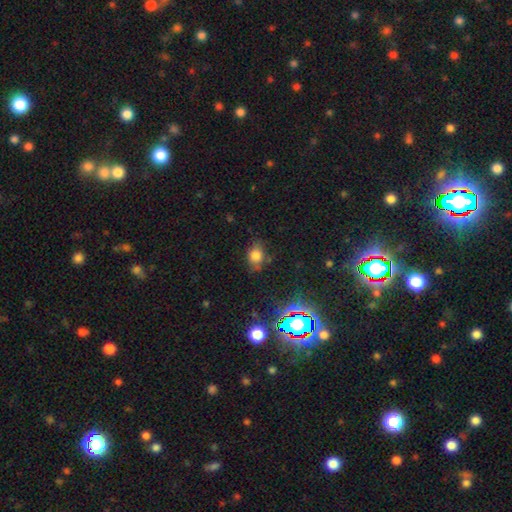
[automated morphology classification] smooth_or_featured: smooth (p=0.73) [alt: star or artifact p=0.17]
how_rounded: in between (p=0.68) [alt: round p=0.31]
merging: none (p=0.69) [alt: minor disturbance p=0.22]